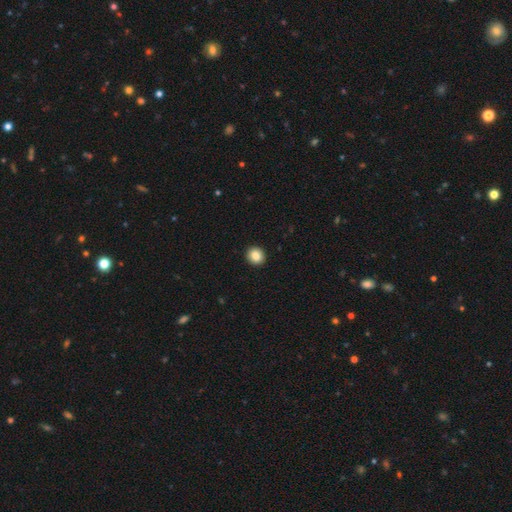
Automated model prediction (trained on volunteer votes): Morphology: type=smooth (86%); roundness=round (86%); merging=none (93%).